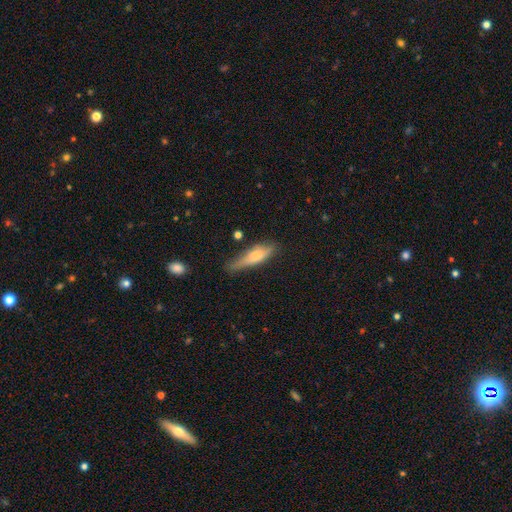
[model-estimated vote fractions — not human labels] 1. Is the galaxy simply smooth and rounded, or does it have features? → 67% smooth, 26% featured or disk, 7% star or artifact.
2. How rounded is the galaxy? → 63% cigar-shaped, 34% in between, 2% round.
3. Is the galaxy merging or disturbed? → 54% none, 32% minor disturbance, 10% major disturbance, 4% merger.